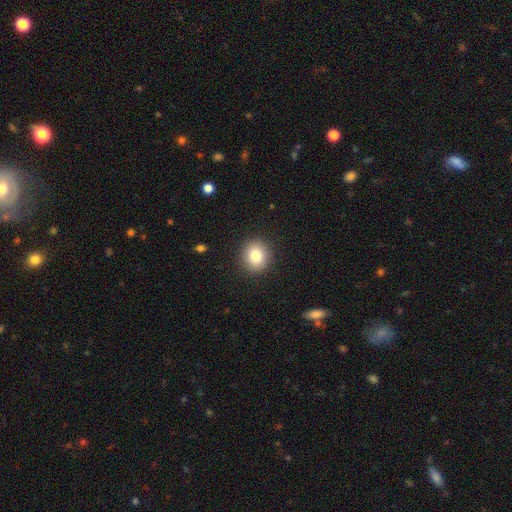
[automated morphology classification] A smooth galaxy with no disk features (82%) that is round (85%). Merging: none (91%).